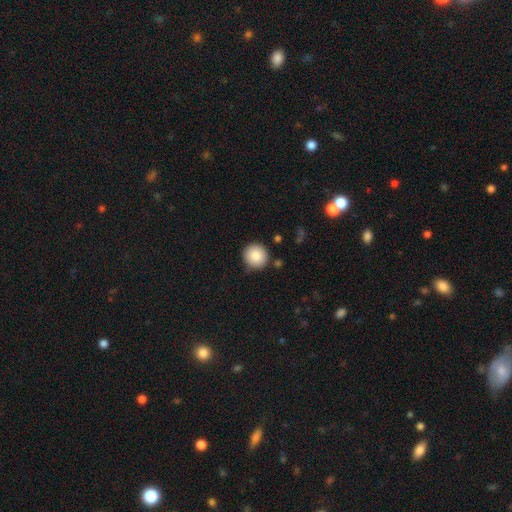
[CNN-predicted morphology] smooth_or_featured: smooth (p=0.86) [alt: star or artifact p=0.08]
how_rounded: round (p=0.94) [alt: in between p=0.05]
merging: none (p=0.86) [alt: minor disturbance p=0.09]